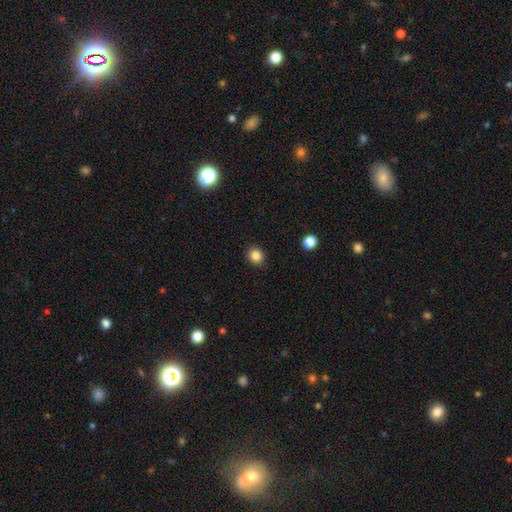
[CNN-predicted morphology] Overall: smooth (85%). How rounded: round (80%). Merging: none (91%).